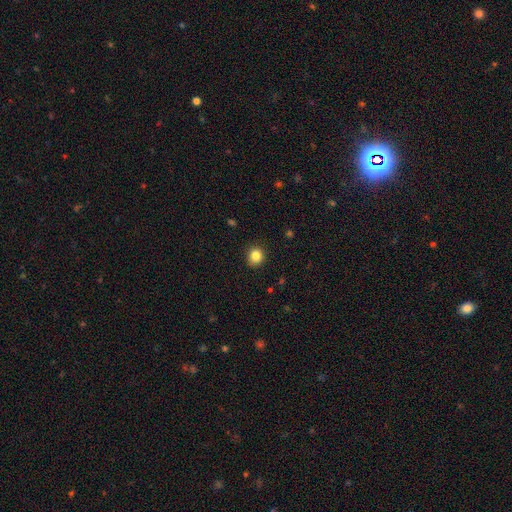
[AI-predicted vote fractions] Smooth or featured?
  - smooth: 85% *
  - star or artifact: 10%
  - featured or disk: 5%
How rounded?
  - round: 81% *
  - in between: 18%
  - cigar-shaped: 1%
Merging?
  - none: 90% *
  - minor disturbance: 7%
  - major disturbance: 2%
  - merger: 1%